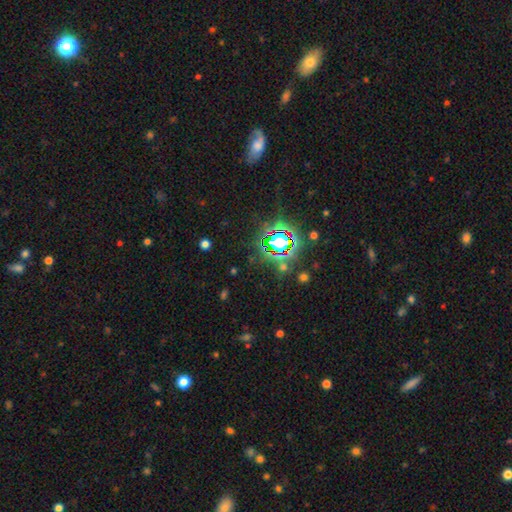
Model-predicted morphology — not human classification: smooth-or-featured: star or artifact: 78% | smooth: 13% | featured or disk: 9%